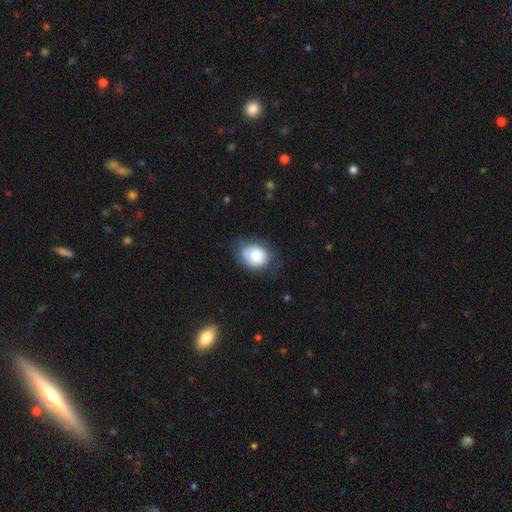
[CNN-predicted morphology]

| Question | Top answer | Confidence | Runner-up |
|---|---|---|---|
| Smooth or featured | smooth | 74% | featured or disk (18%) |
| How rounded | round | 50% | tied: in between (50%) |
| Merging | none | 62% | minor disturbance (26%) |